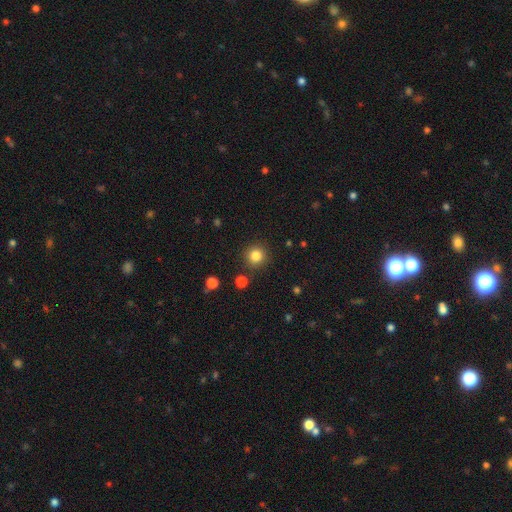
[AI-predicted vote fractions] Smooth or featured?
  - smooth: 83% *
  - star or artifact: 12%
  - featured or disk: 5%
How rounded?
  - round: 94% *
  - in between: 5%
  - cigar-shaped: 1%
Merging?
  - none: 88% *
  - minor disturbance: 6%
  - merger: 3%
  - major disturbance: 3%